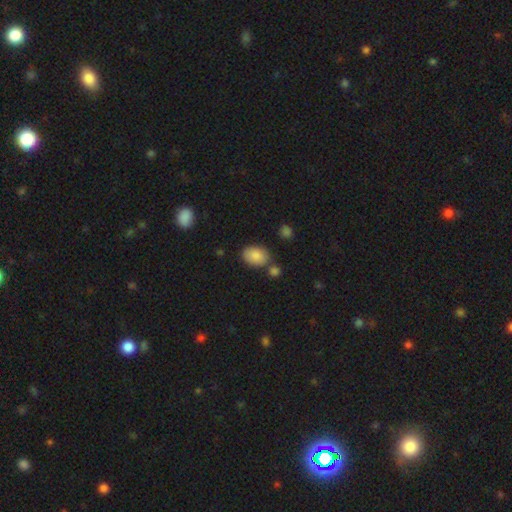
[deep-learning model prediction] Q: Smooth or featured?
A: smooth (86%); runner-up: star or artifact (7%)
Q: How rounded?
A: in between (81%); runner-up: round (18%)
Q: Merging?
A: none (68%); runner-up: minor disturbance (15%)